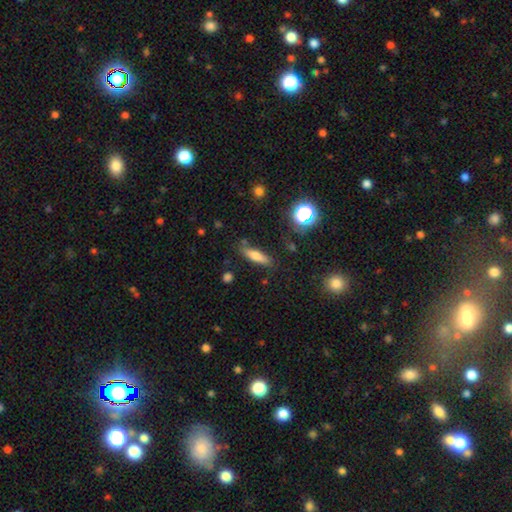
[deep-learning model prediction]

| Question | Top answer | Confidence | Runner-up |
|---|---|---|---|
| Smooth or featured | smooth | 65% | featured or disk (25%) |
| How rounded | cigar-shaped | 70% | in between (27%) |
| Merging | none | 80% | minor disturbance (13%) |